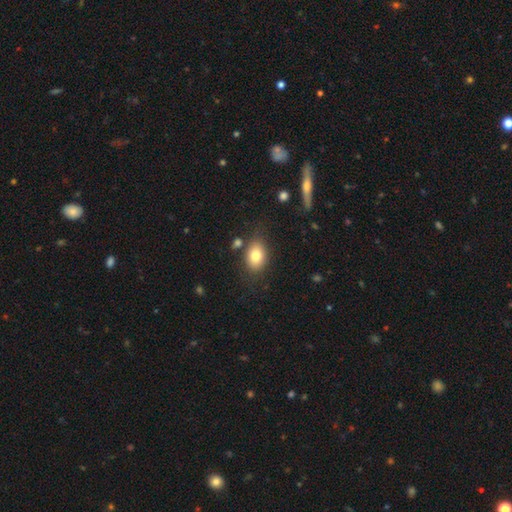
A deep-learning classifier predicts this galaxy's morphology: Overall: smooth (80%). How rounded: in between (79%). Merging: none (74%).